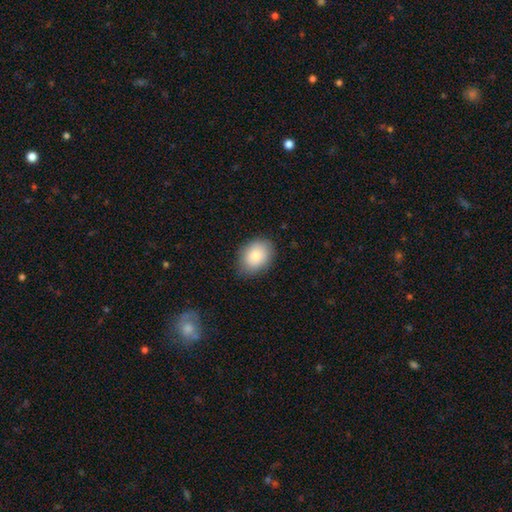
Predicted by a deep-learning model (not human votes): This is clearly a smooth galaxy (84%). How rounded: likely in between (72%). Merging: likely none (79%).